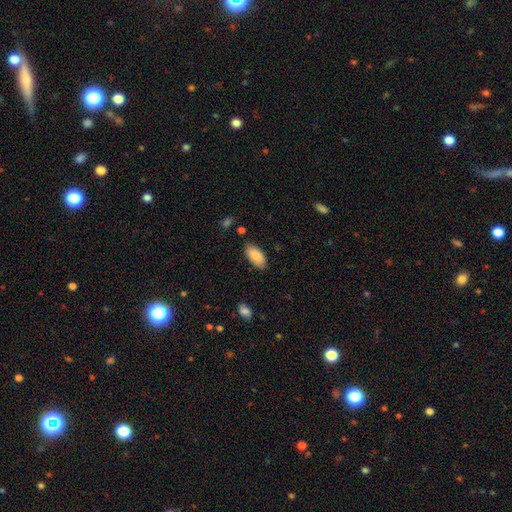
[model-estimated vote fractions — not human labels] smooth-or-featured: smooth: 88% | star or artifact: 6% | featured or disk: 6%
  how-rounded: in between: 93% | cigar-shaped: 5% | round: 2%
  merging: none: 84% | minor disturbance: 12% | major disturbance: 3% | merger: 2%